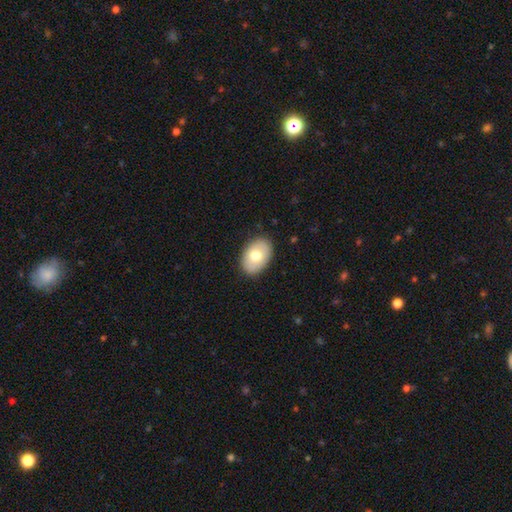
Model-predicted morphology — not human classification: A smooth galaxy with no disk features (72%) that is in between round and cigar-shaped (86%).

Vote fractions:
- Smooth or featured? smooth: 72% / featured or disk: 21% / star or artifact: 7%
- How rounded? in between: 86% / round: 13% / cigar-shaped: 1%
- Merging? none: 87% / minor disturbance: 10% / major disturbance: 2% / merger: 1%